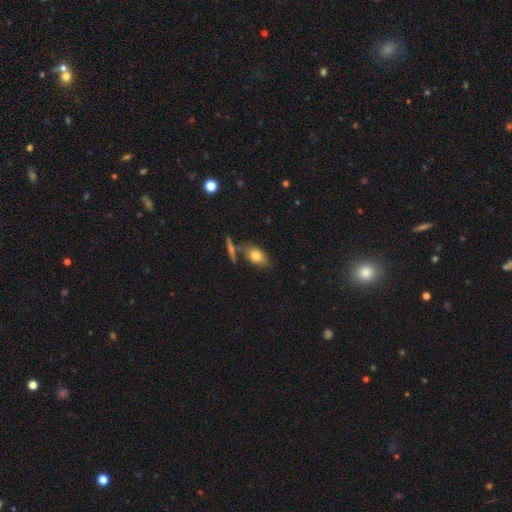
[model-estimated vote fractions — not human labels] This appears to be a smooth galaxy with no disk features (76%) that is in between round and cigar-shaped (86%). Merging: none (64%).